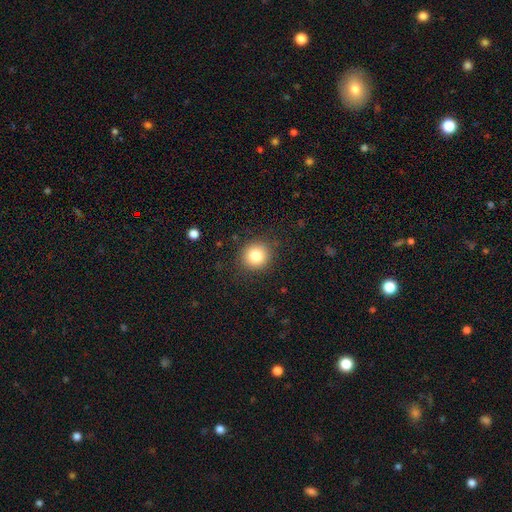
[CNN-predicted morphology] A smooth galaxy with no disk features (81%) that is round (90%).

Vote fractions:
- Smooth or featured? smooth: 81% / star or artifact: 11% / featured or disk: 8%
- How rounded? round: 90% / in between: 9% / cigar-shaped: 1%
- Merging? none: 87% / minor disturbance: 8% / major disturbance: 3% / merger: 1%